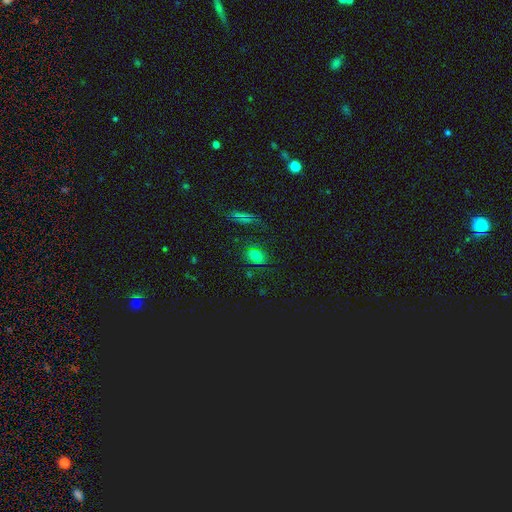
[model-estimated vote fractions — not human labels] Smooth or featured?
  - smooth: 65% *
  - star or artifact: 24%
  - featured or disk: 11%
How rounded?
  - in between: 63% *
  - round: 34%
  - cigar-shaped: 3%
Merging?
  - none: 73% *
  - minor disturbance: 16%
  - major disturbance: 7%
  - merger: 4%